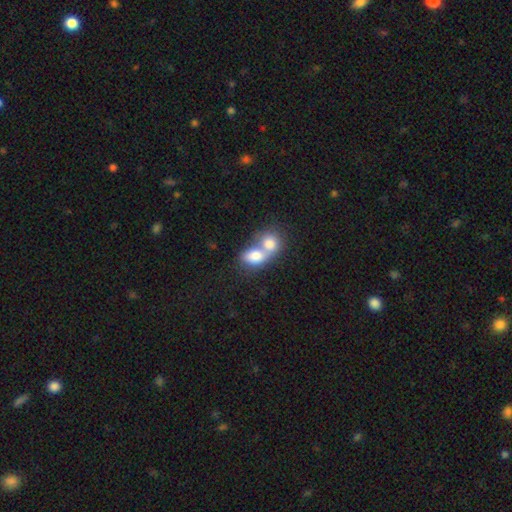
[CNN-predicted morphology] smooth-or-featured: smooth: 76% | featured or disk: 17% | star or artifact: 8%
  how-rounded: in between: 62% | round: 36% | cigar-shaped: 2%
  merging: merger: 77% | none: 15% | minor disturbance: 5% | major disturbance: 3%